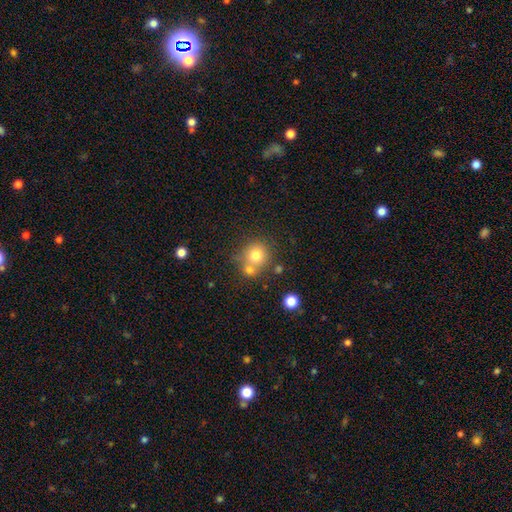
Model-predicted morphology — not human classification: Overall: smooth (76%). How rounded: round (87%). Merging: none (56%; merger 31%).